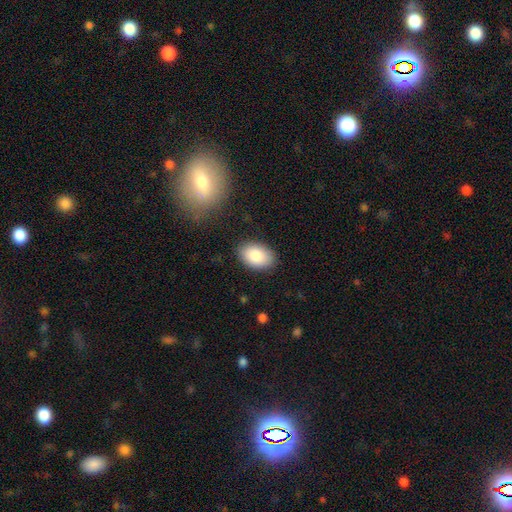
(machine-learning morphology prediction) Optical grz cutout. It shows a smooth galaxy with no disk features (87%) that is in between round and cigar-shaped (90%). Merging: none (87%).